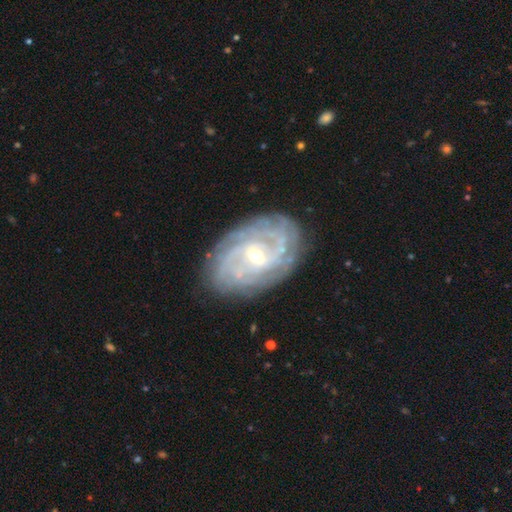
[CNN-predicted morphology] featured or disk 87%, smooth 7%, star or artifact 6%. Down the decision tree: edge-on disk — no (96%); bar — weak (44%); spiral arms — yes (95%); spiral arm count — can't tell (37%); spiral winding — tight (74%); bulge size — small (56%); merging — none (82%).